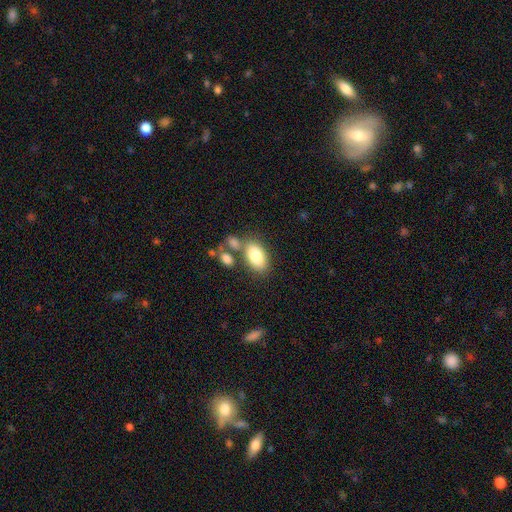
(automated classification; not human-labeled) The model was most divided on "merging": none: 61%, merger: 21%, minor disturbance: 14%, major disturbance: 5%. More confident: how rounded — in between (92%); smooth or featured — smooth (83%).